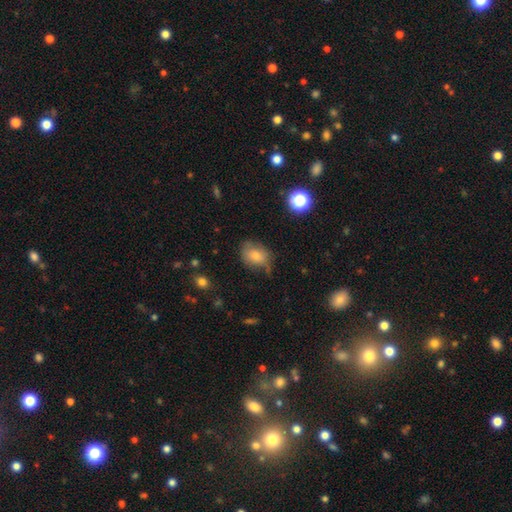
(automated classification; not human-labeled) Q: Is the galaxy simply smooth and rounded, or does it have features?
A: smooth — 73%.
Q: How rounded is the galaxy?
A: in between — 69%.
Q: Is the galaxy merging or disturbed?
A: none — 56%.